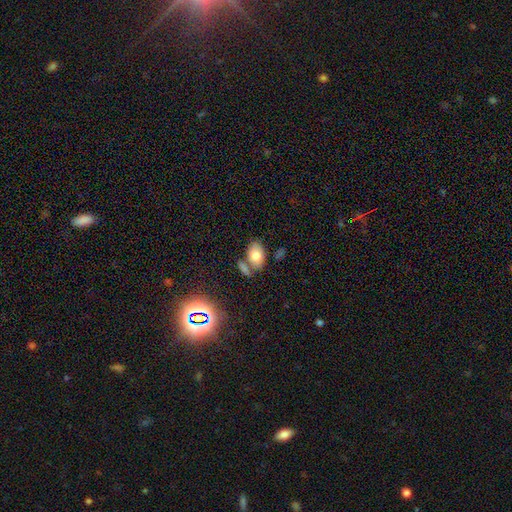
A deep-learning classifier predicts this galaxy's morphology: Overall: smooth (76%). How rounded: in between (90%). Merging: none (59%; merger 20%).